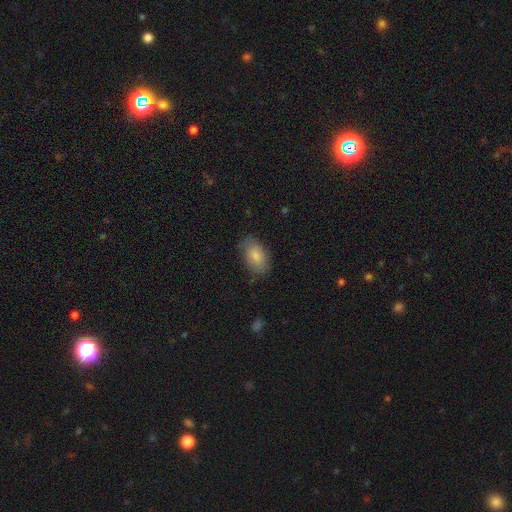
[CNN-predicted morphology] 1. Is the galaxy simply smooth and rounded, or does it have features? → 80% smooth, 13% featured or disk, 7% star or artifact.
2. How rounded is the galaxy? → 91% in between, 7% round, 2% cigar-shaped.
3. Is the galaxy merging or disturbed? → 74% none, 20% minor disturbance, 5% major disturbance, 1% merger.